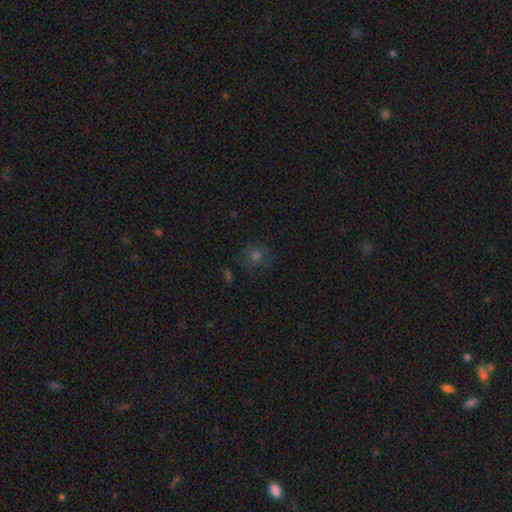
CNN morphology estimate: Smooth or featured? smooth (60%)
How rounded? round (84%)
Merging? none (78%)